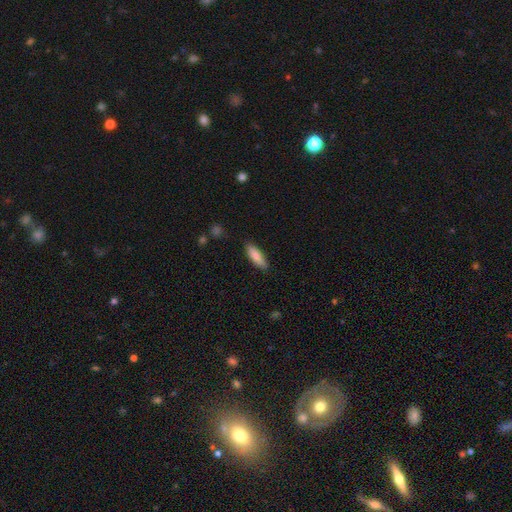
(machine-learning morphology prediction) Smooth or featured? Predicted: smooth (p=0.85). How rounded? Predicted: cigar-shaped (p=0.52). Merging? Predicted: none (p=0.86).